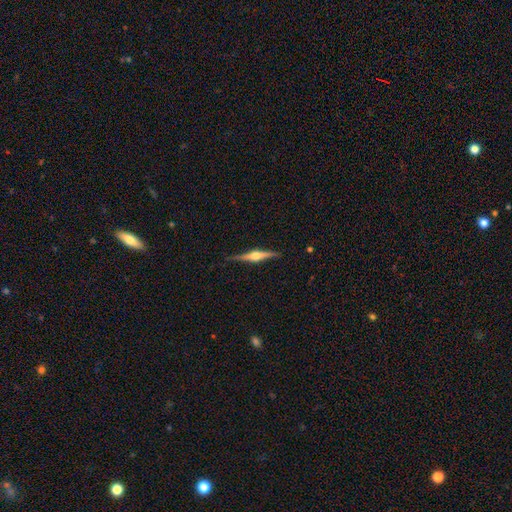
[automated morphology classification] A featured or disk galaxy (77%) viewed edge-on (98%) with a rounded central bulge (92%).

Vote fractions:
- Smooth or featured? featured or disk: 77% / smooth: 18% / star or artifact: 5%
- Edge-on disk? yes: 98% / no: 2%
- Edge-on bulge? rounded: 92% / boxy: 6% / none: 3%
- Merging? none: 86% / minor disturbance: 11% / major disturbance: 2% / merger: 1%